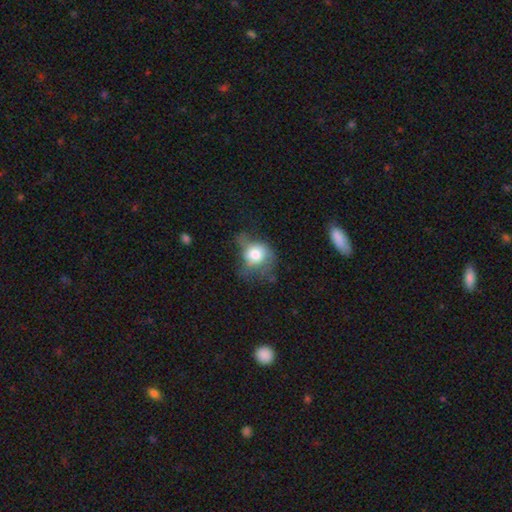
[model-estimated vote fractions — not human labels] smooth-or-featured: smooth: 67% | featured or disk: 23% | star or artifact: 10%
  how-rounded: round: 60% | in between: 39% | cigar-shaped: 1%
  merging: major disturbance: 39% | minor disturbance: 30% | none: 27% | merger: 4%